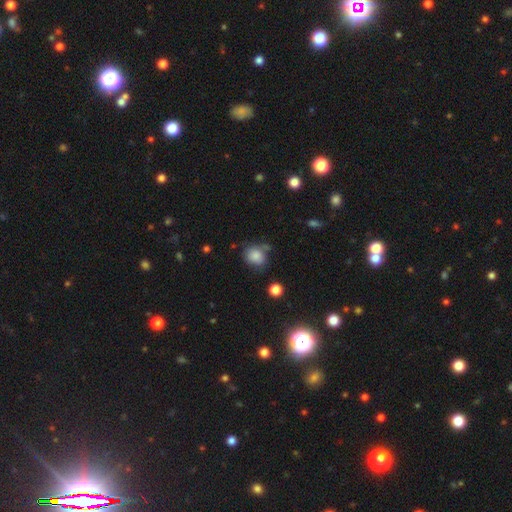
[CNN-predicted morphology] This is clearly a smooth galaxy (81%). How rounded: likely round (75%). Merging: possibly none (59%).